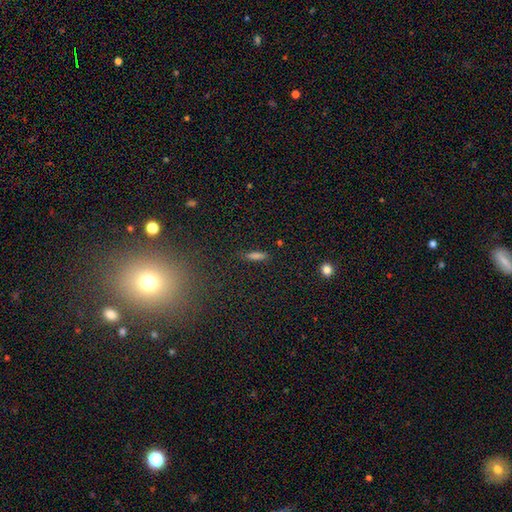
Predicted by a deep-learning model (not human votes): A smooth galaxy with no disk features (70%) that is cigar-shaped (68%). Merging: none (83%).